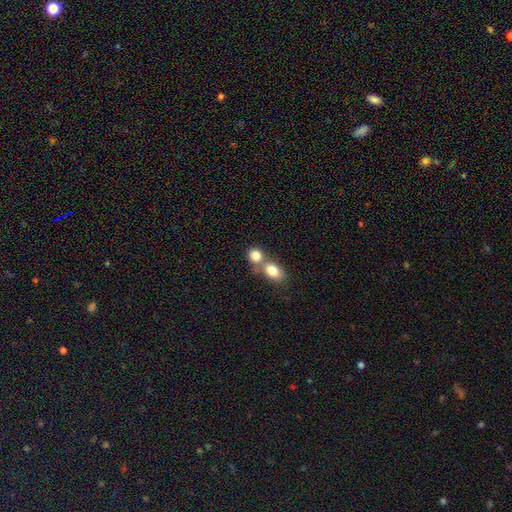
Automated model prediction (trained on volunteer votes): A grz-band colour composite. It shows a smooth galaxy with no disk features (81%) that is round (58%). Merging: merger (56%).